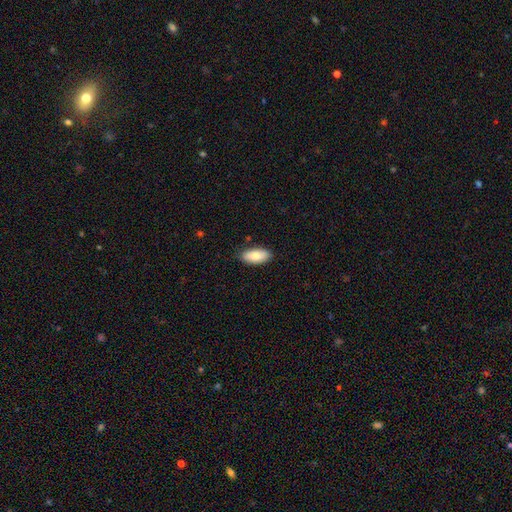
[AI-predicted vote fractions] Morphology: type=smooth (81%); roundness=in between (91%); merging=none (85%).